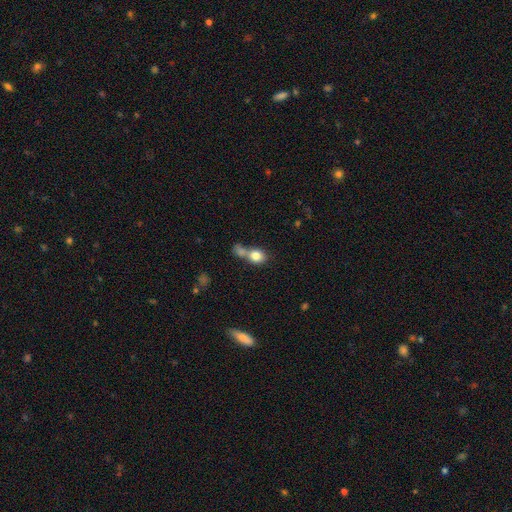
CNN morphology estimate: A smooth galaxy with no disk features (79%) that is round (52%). Merging: merger (50%).